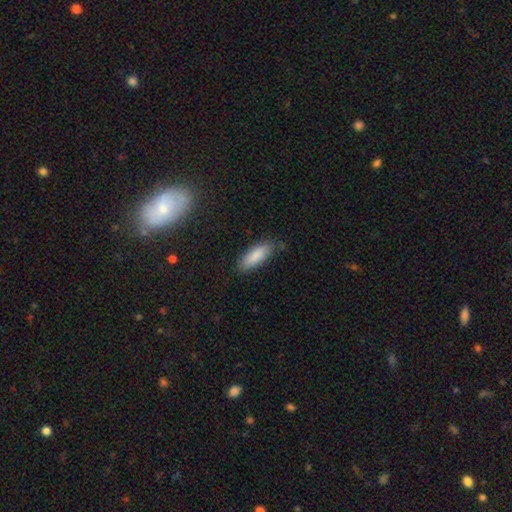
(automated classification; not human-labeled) Morphology: type=smooth (88%); roundness=in between (70%); merging=none (79%).